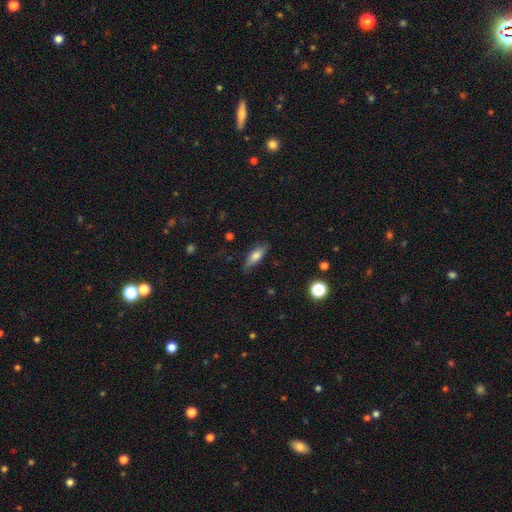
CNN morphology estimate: smooth_or_featured: smooth (p=0.64) [alt: featured or disk p=0.28]
how_rounded: in between (p=0.53) [alt: cigar-shaped p=0.44]
merging: none (p=0.79) [alt: minor disturbance p=0.16]